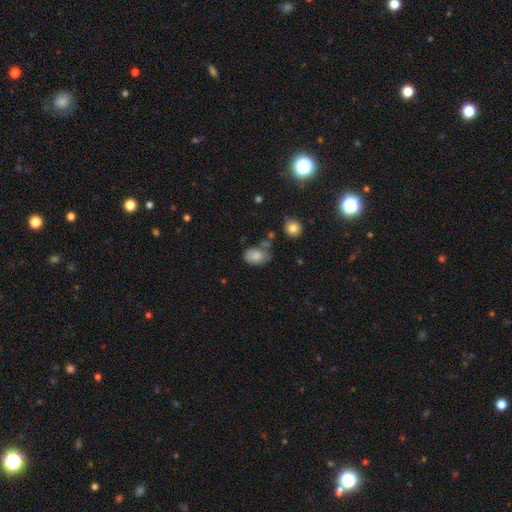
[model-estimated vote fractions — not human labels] Smooth or featured?
  - smooth: 77% *
  - featured or disk: 14%
  - star or artifact: 8%
How rounded?
  - in between: 79% *
  - round: 20%
  - cigar-shaped: 1%
Merging?
  - none: 46% *
  - minor disturbance: 32%
  - major disturbance: 11%
  - merger: 11%